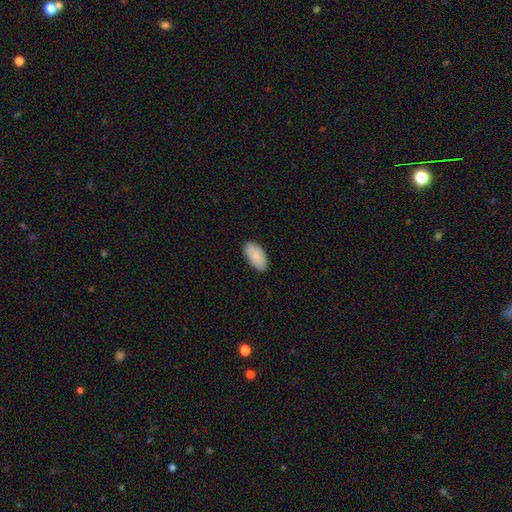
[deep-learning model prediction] smooth_or_featured: smooth (p=0.86) [alt: featured or disk p=0.08]
how_rounded: in between (p=0.95) [alt: cigar-shaped p=0.03]
merging: none (p=0.86) [alt: minor disturbance p=0.11]